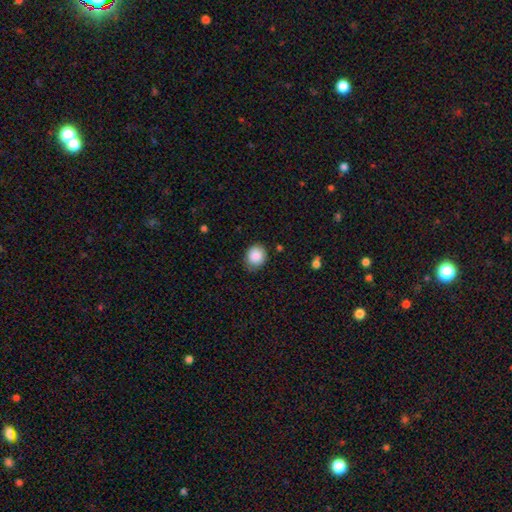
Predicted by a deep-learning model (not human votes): This is clearly a smooth galaxy (87%). How rounded: likely round (70%). Merging: likely none (76%).